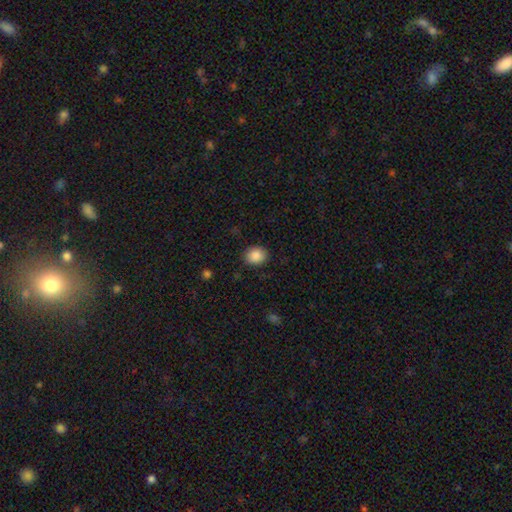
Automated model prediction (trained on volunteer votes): Smooth or featured: smooth — 88% (star or artifact — 9%)
How rounded: round — 63% (in between — 36%)
Merging: none — 88% (minor disturbance — 9%)